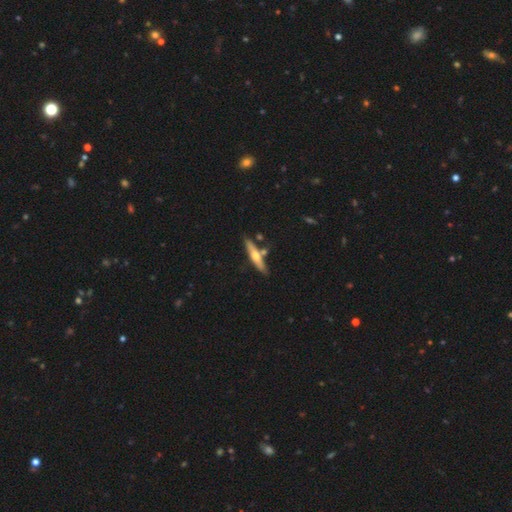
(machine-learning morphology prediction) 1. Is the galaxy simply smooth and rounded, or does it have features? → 56% featured or disk, 39% smooth, 5% star or artifact.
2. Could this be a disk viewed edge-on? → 92% yes, 8% no.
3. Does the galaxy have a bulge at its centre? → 90% rounded, 7% none, 3% boxy.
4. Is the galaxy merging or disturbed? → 75% none, 11% minor disturbance, 11% merger, 3% major disturbance.